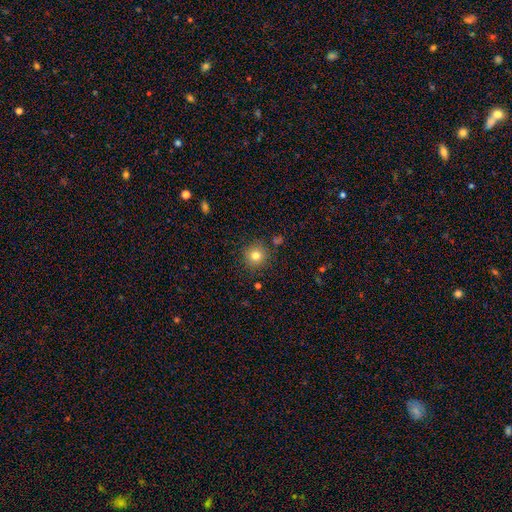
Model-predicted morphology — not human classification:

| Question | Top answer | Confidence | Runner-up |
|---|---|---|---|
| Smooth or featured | smooth | 80% | star or artifact (13%) |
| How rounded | round | 94% | in between (5%) |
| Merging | none | 88% | minor disturbance (7%) |